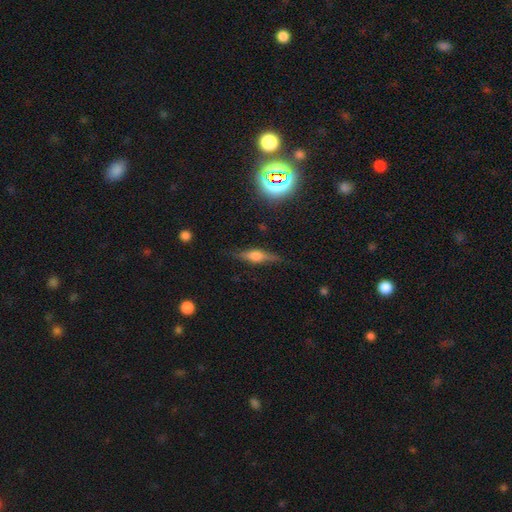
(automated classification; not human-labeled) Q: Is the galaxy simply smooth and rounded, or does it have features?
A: featured or disk — 63%.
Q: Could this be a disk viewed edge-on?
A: yes — 95%.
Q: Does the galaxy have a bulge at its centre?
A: rounded — 83%.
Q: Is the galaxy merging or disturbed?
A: none — 82%.